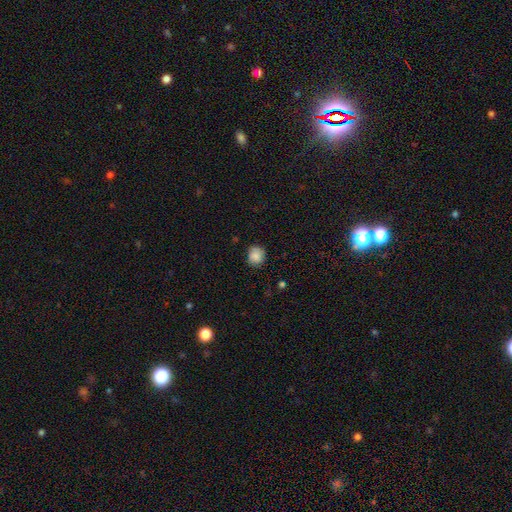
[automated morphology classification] Q: Smooth or featured?
A: smooth (85%); runner-up: star or artifact (9%)
Q: How rounded?
A: round (81%); runner-up: in between (19%)
Q: Merging?
A: none (79%); runner-up: minor disturbance (17%)